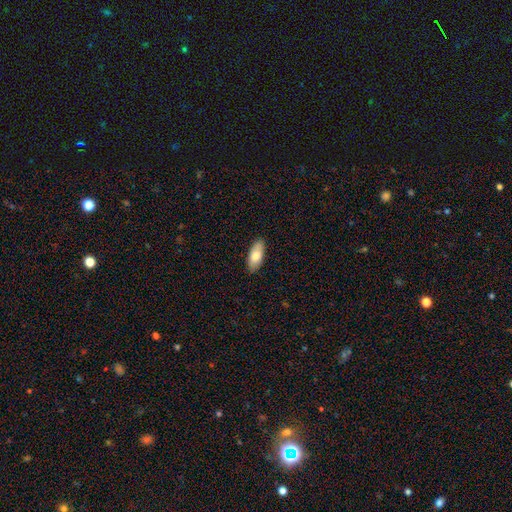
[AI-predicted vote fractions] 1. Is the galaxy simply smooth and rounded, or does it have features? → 79% smooth, 15% featured or disk, 6% star or artifact.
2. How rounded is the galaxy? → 85% in between, 13% cigar-shaped, 2% round.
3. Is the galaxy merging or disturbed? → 88% none, 10% minor disturbance, 2% major disturbance, 1% merger.